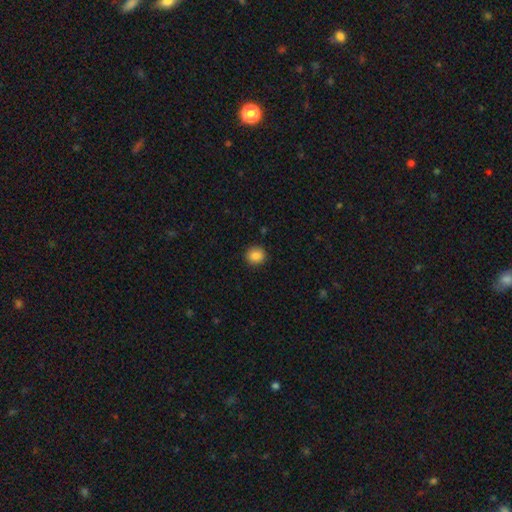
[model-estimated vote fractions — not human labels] Smooth or featured? smooth (87%)
How rounded? round (83%)
Merging? none (90%)